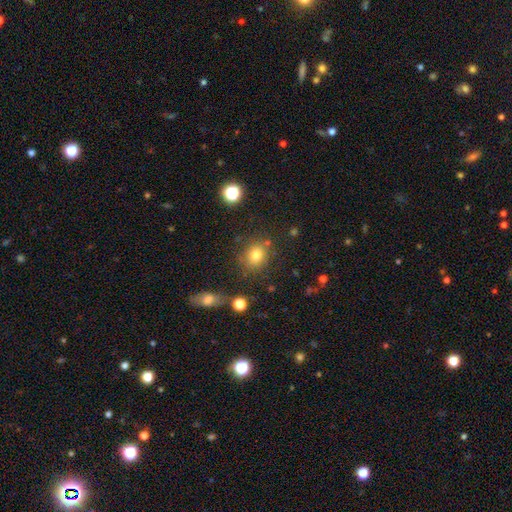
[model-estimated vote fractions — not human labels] A smooth galaxy with no disk features (78%) that is round (70%).

Vote fractions:
- Smooth or featured? smooth: 78% / star or artifact: 13% / featured or disk: 9%
- How rounded? round: 70% / in between: 29% / cigar-shaped: 1%
- Merging? none: 77% / minor disturbance: 12% / merger: 6% / major disturbance: 4%